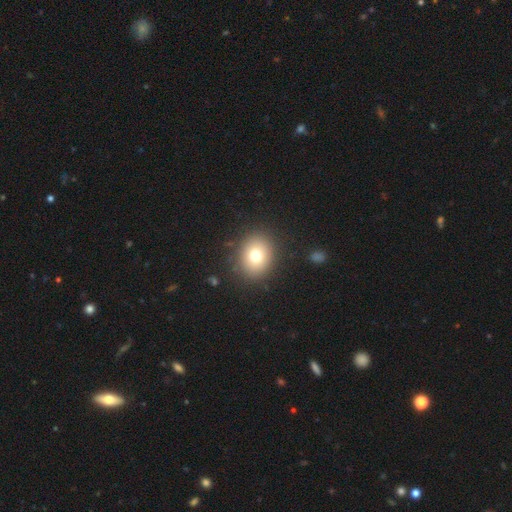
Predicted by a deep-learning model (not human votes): Smooth or featured?
  - smooth: 75% *
  - featured or disk: 13%
  - star or artifact: 12%
How rounded?
  - round: 62% *
  - in between: 37%
  - cigar-shaped: 1%
Merging?
  - none: 88% *
  - minor disturbance: 8%
  - major disturbance: 3%
  - merger: 1%